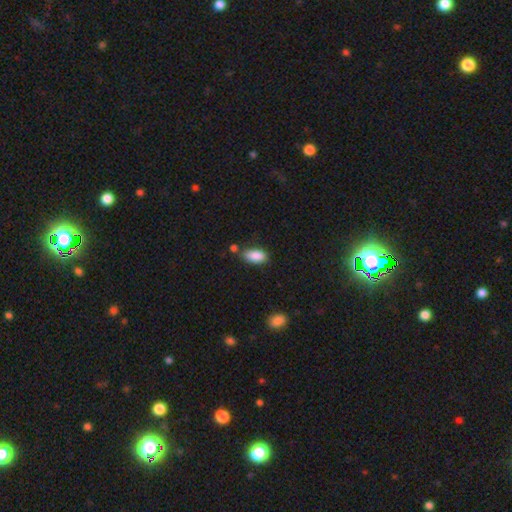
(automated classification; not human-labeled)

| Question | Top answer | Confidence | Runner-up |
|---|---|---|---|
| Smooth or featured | smooth | 88% | star or artifact (7%) |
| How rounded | in between | 89% | cigar-shaped (8%) |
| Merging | none | 65% | minor disturbance (21%) |